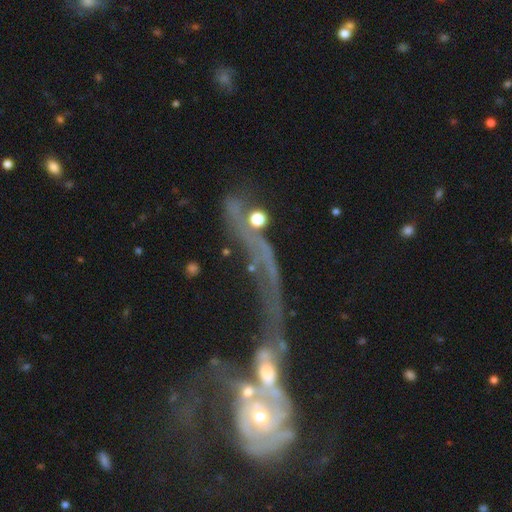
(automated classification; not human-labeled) Smooth or featured: featured or disk — 68% (smooth — 17%)
Edge-on disk: no — 89% (yes — 11%)
Bar: no — 66% (weak — 22%)
Spiral arms: yes — 61% (no — 39%)
Bulge size: small — 44% (moderate — 37%)
Merging: merger — 66% (major disturbance — 19%)